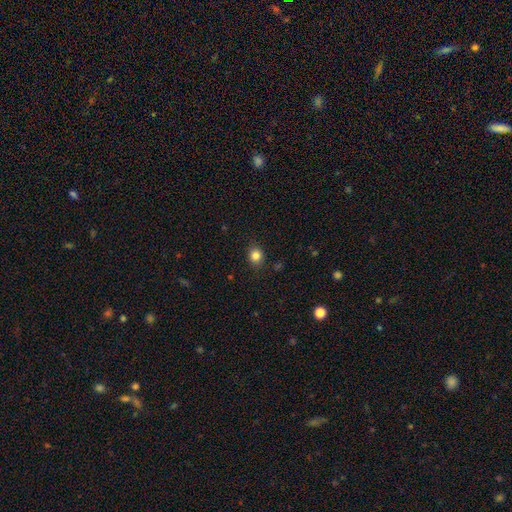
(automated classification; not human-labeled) Overall: smooth (83%). How rounded: round (72%). Merging: none (87%).